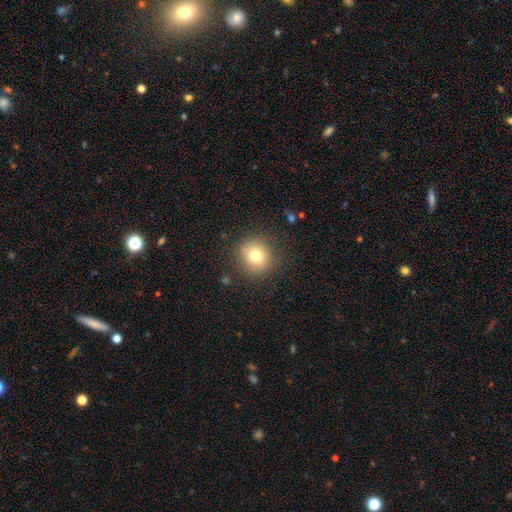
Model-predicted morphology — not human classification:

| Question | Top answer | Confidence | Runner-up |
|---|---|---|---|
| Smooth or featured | smooth | 76% | star or artifact (12%) |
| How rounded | round | 89% | in between (10%) |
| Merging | none | 85% | minor disturbance (10%) |